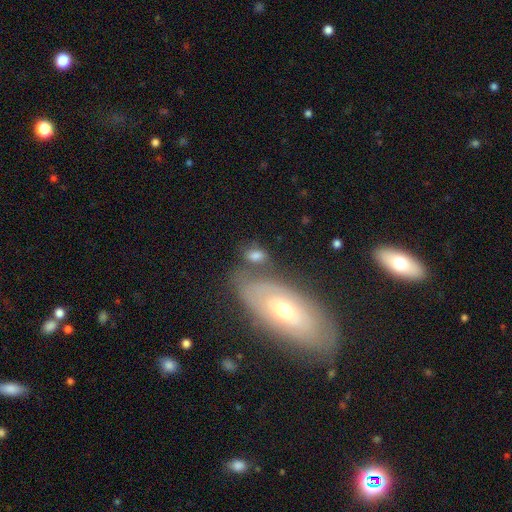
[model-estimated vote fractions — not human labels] A smooth galaxy with no disk features (70%) that is in between round and cigar-shaped (82%).

Vote fractions:
- Smooth or featured? smooth: 70% / featured or disk: 19% / star or artifact: 11%
- How rounded? in between: 82% / round: 14% / cigar-shaped: 4%
- Merging? none: 50% / merger: 21% / minor disturbance: 18% / major disturbance: 10%